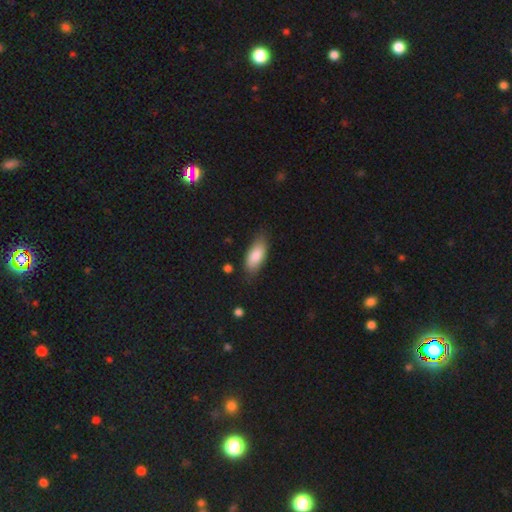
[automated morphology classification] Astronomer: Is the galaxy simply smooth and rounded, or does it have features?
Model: smooth — 85%.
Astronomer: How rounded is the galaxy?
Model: in between — 86%.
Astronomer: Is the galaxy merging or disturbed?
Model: none — 74%.